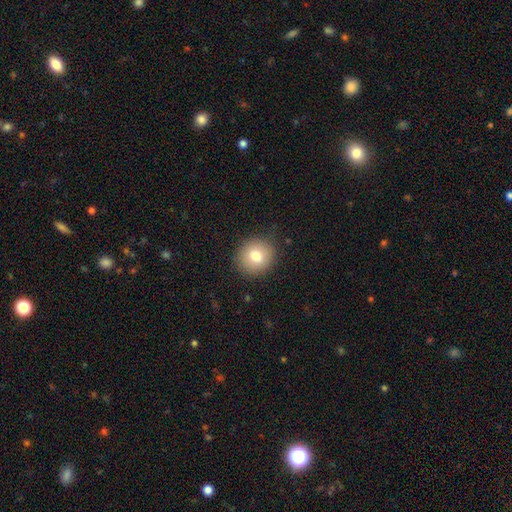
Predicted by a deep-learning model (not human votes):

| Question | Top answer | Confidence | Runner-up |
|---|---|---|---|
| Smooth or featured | smooth | 77% | featured or disk (13%) |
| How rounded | round | 83% | in between (16%) |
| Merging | none | 87% | minor disturbance (9%) |